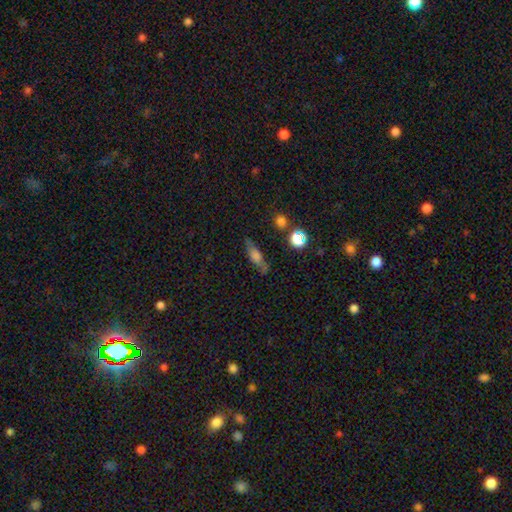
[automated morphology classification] A smooth galaxy with no disk features (53%) that is cigar-shaped (57%). Merging: none (74%).